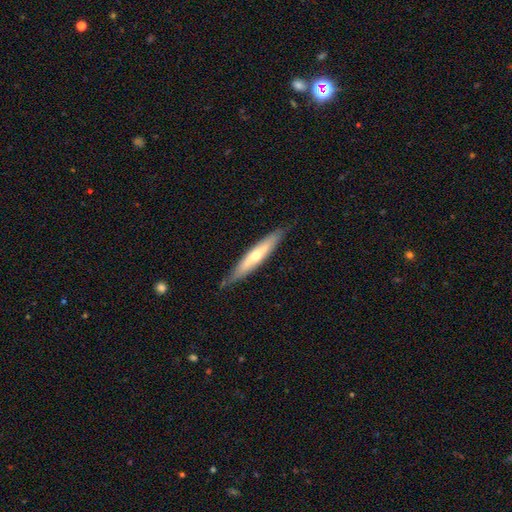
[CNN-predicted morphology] type=featured or disk (52%); edge-on=yes (85%); merging=none (83%).